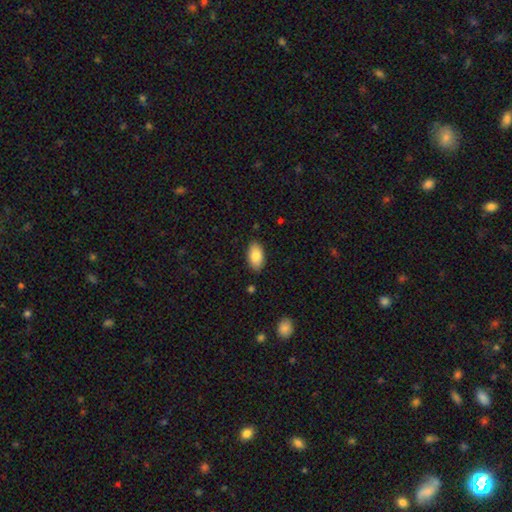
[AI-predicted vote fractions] This appears to be a smooth galaxy with no disk features (85%) that is in between round and cigar-shaped (94%). Merging: none (87%).